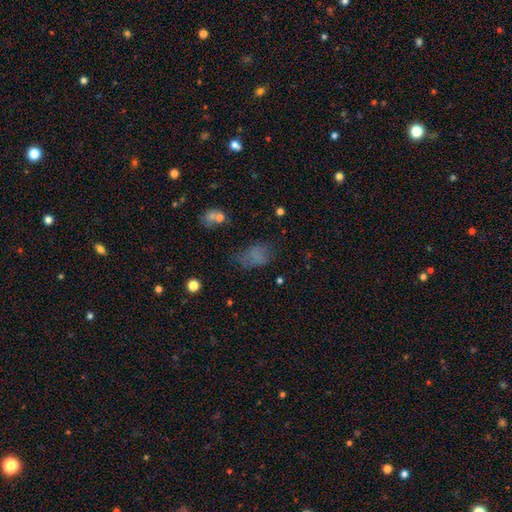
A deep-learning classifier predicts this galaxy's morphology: Q: Smooth or featured?
A: smooth (63%); runner-up: star or artifact (20%)
Q: How rounded?
A: in between (80%); runner-up: round (17%)
Q: Merging?
A: none (48%); runner-up: minor disturbance (26%)